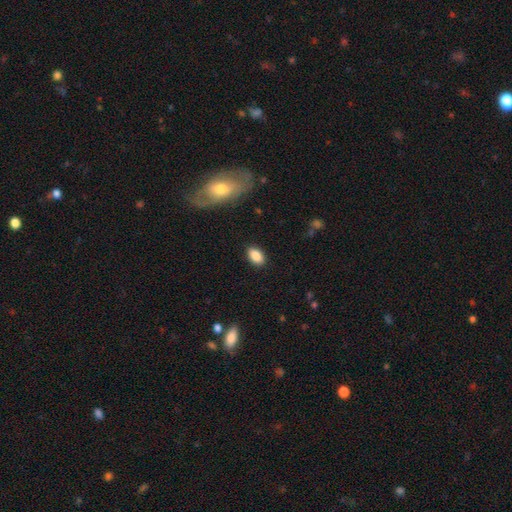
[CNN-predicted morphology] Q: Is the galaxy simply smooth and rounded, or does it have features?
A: smooth — 86%.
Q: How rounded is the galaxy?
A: in between — 90%.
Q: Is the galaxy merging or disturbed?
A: none — 87%.